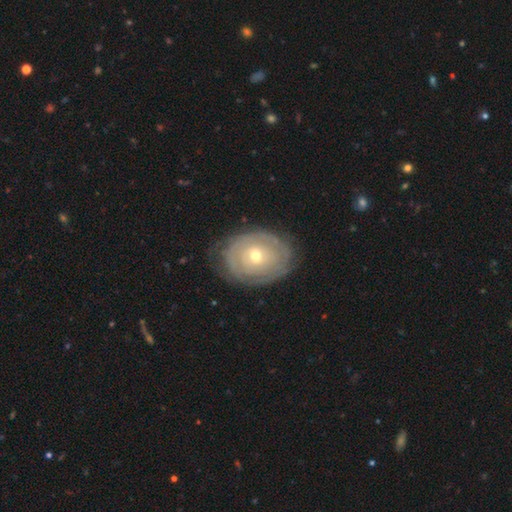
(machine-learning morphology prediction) Smooth or featured: featured or disk — 66% (smooth — 28%)
Edge-on disk: no — 95% (yes — 5%)
Bar: no — 84% (weak — 12%)
Spiral arms: yes — 58% (no — 42%)
Bulge size: small — 49% (moderate — 47%)
Merging: none — 75% (minor disturbance — 18%)